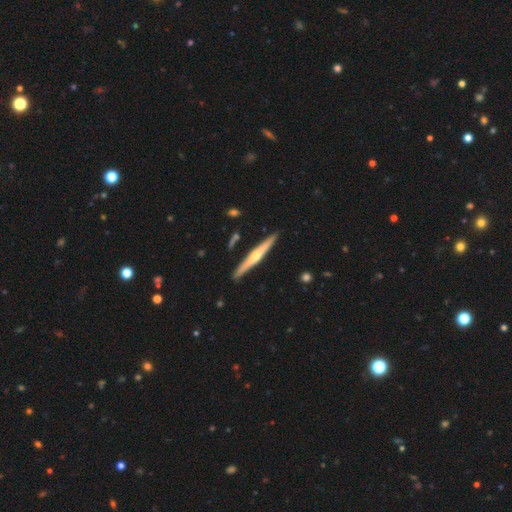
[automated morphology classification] type=featured or disk (67%); edge-on=yes (98%); edge-on bulge=rounded (81%); merging=none (90%).